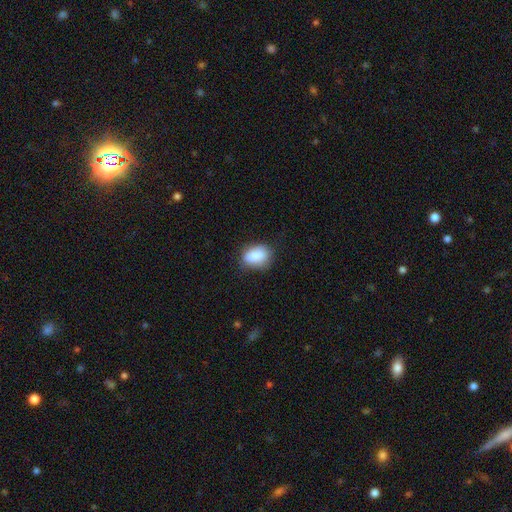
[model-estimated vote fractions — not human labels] The model was most divided on "merging": none: 72%, minor disturbance: 22%, major disturbance: 5%, merger: 1%. More confident: smooth or featured — smooth (87%); how rounded — in between (84%).